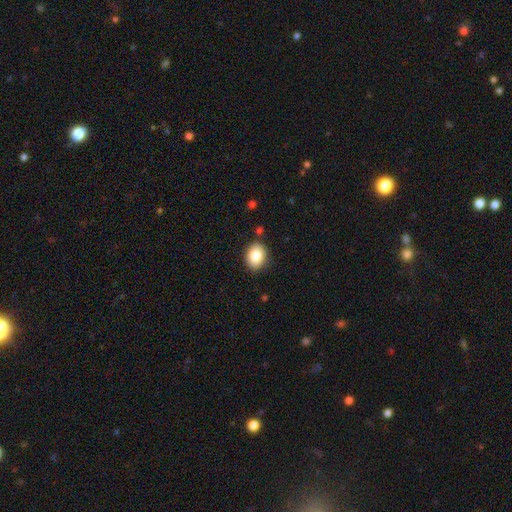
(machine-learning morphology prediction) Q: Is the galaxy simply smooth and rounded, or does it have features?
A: smooth — 84%.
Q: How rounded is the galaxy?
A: in between — 59%.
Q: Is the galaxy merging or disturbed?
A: none — 85%.